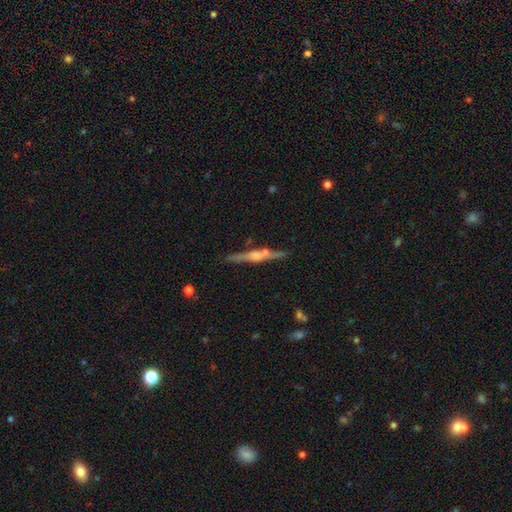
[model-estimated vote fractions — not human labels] The model was most divided on "smooth or featured": featured or disk: 70%, smooth: 24%, star or artifact: 6%. More confident: edge-on disk — yes (97%); merging — none (82%); edge-on bulge — rounded (73%).